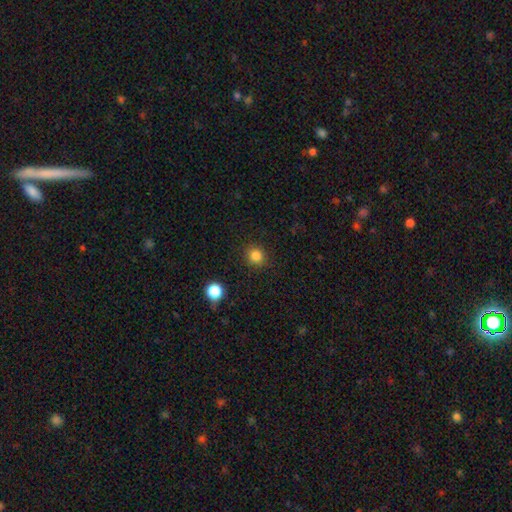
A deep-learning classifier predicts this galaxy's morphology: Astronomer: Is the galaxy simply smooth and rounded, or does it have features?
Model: smooth — 83%.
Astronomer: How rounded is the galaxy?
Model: round — 90%.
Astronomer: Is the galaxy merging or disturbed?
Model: none — 90%.